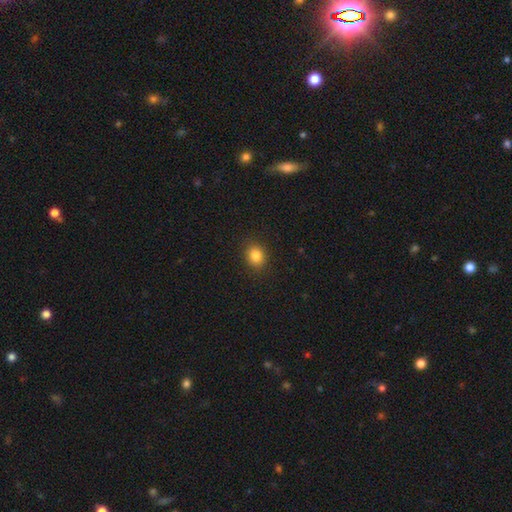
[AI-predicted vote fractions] Overall: smooth (84%). How rounded: round (65%; in between 34%). Merging: none (90%).